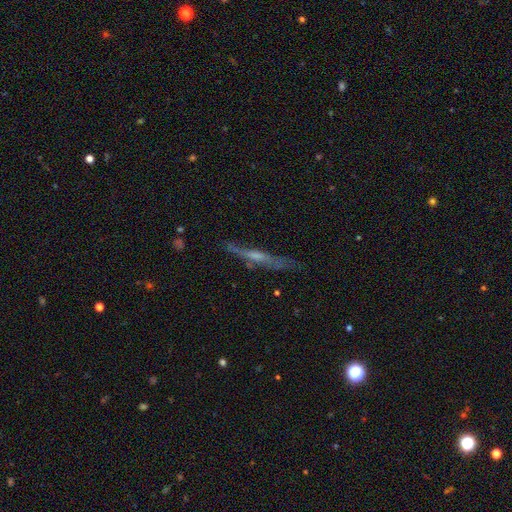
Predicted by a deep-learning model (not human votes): Smooth or featured: featured or disk — 64% (smooth — 27%)
Edge-on disk: yes — 90% (no — 10%)
Edge-on bulge: none — 44% (rounded — 42%)
Merging: none — 74% (minor disturbance — 18%)